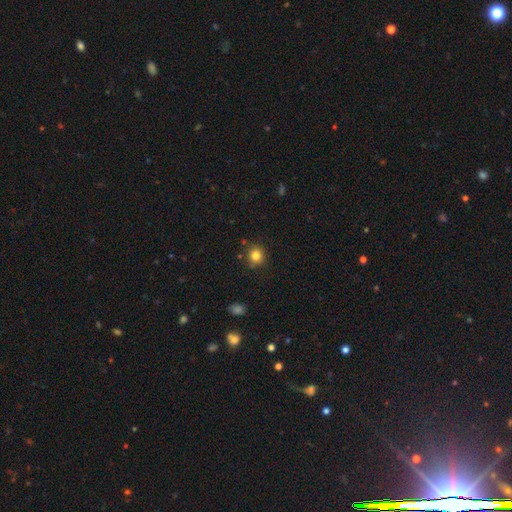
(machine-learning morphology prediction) Overall: smooth (82%). How rounded: round (85%). Merging: none (83%).